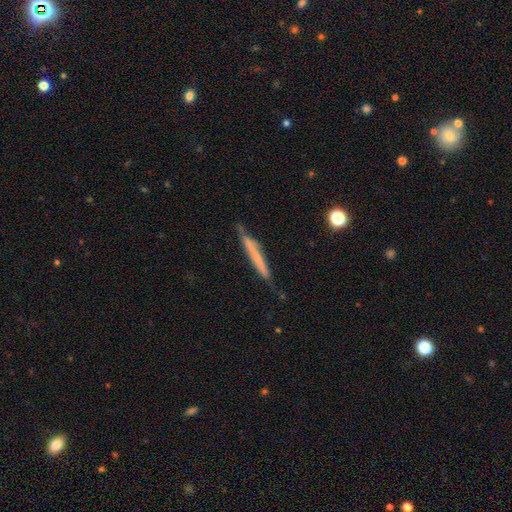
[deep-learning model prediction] This appears to be a smooth galaxy with no disk features (50%) that is cigar-shaped (96%). Merging: none (75%).